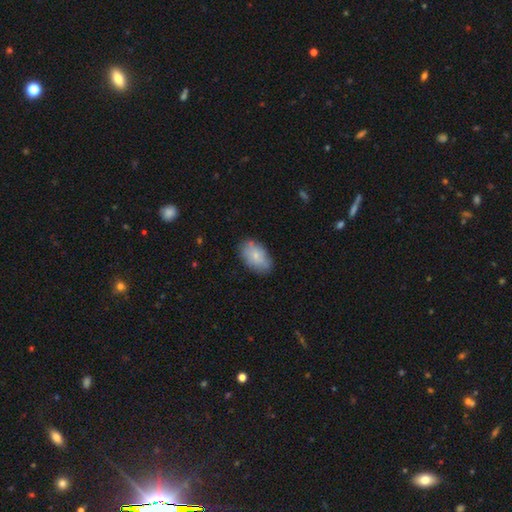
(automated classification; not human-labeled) This appears to be a smooth galaxy with no disk features (72%) that is in between round and cigar-shaped (92%). Merging: none (78%).